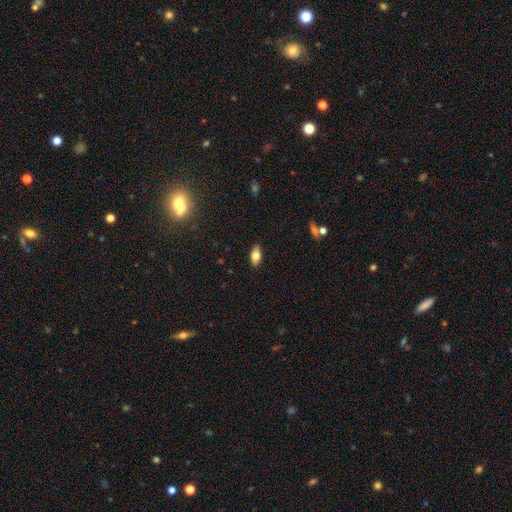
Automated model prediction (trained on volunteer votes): A smooth galaxy with no disk features (72%) that is in between round and cigar-shaped (87%).

Vote fractions:
- Smooth or featured? smooth: 72% / featured or disk: 19% / star or artifact: 9%
- How rounded? in between: 87% / cigar-shaped: 8% / round: 5%
- Merging? none: 87% / minor disturbance: 9% / major disturbance: 2% / merger: 1%